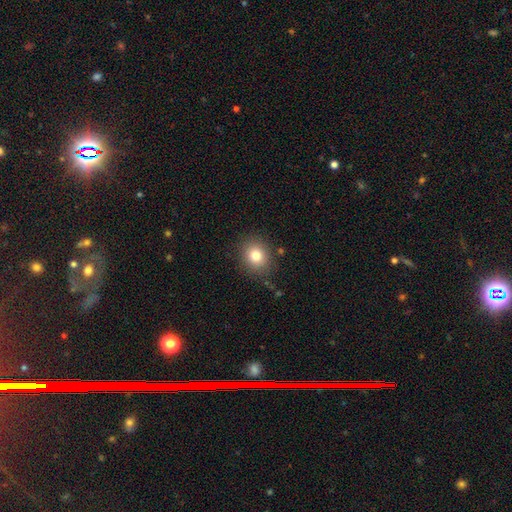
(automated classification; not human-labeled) Smooth or featured: smooth — 81% (star or artifact — 11%)
How rounded: round — 71% (in between — 28%)
Merging: none — 85% (minor disturbance — 10%)